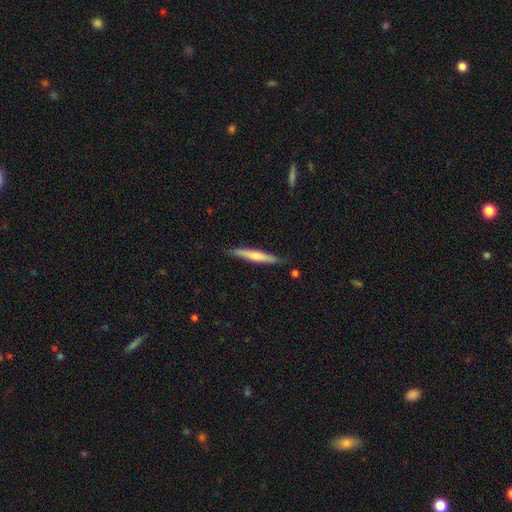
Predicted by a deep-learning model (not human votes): The model was most divided on "smooth or featured": smooth: 58%, featured or disk: 37%, star or artifact: 5%. More confident: how rounded — cigar-shaped (93%); merging — none (84%).